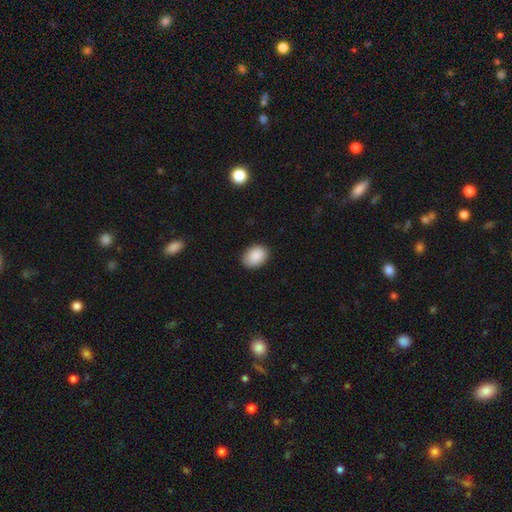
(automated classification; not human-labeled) Smooth or featured? Predicted: smooth (p=0.89). How rounded? Predicted: in between (p=0.77). Merging? Predicted: none (p=0.86).